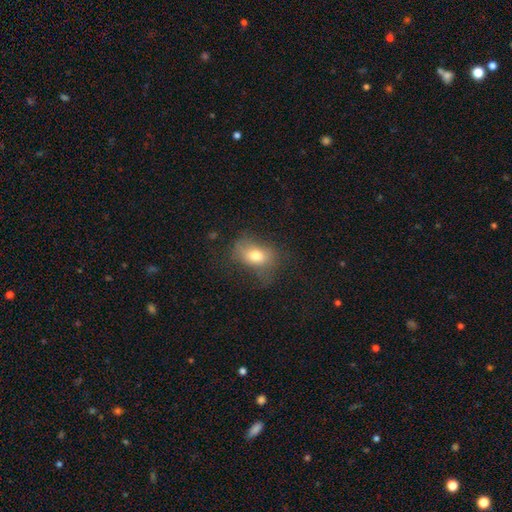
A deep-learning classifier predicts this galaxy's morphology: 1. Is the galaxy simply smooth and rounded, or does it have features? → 69% smooth, 20% featured or disk, 11% star or artifact.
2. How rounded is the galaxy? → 75% in between, 23% round, 2% cigar-shaped.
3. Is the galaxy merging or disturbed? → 48% none, 28% minor disturbance, 22% major disturbance, 2% merger.